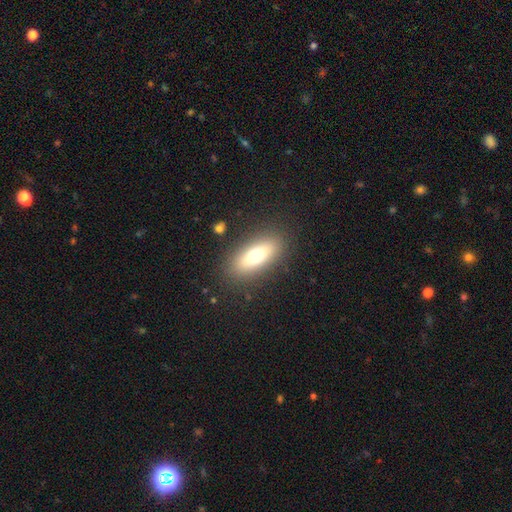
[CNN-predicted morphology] Smooth or featured? Predicted: smooth (p=0.68). How rounded? Predicted: in between (p=0.72). Merging? Predicted: none (p=0.86).